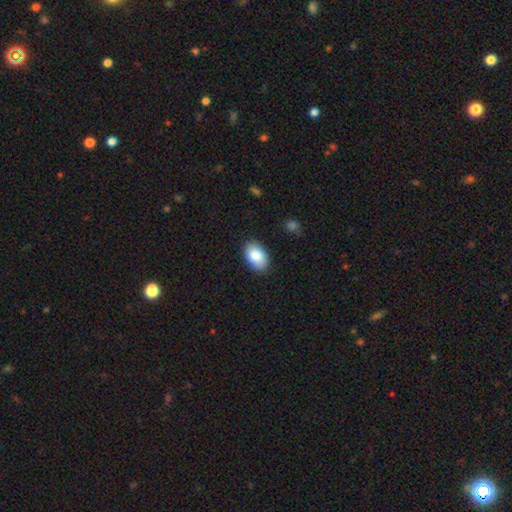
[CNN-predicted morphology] type=smooth (86%); roundness=in between (92%); merging=none (87%).